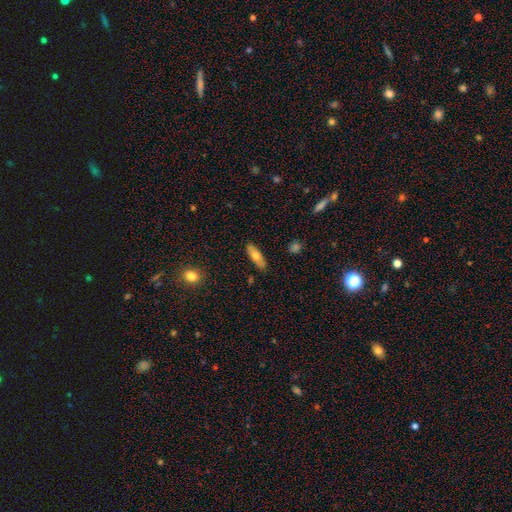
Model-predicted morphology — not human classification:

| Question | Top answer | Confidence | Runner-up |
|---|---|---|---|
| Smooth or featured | smooth | 65% | featured or disk (29%) |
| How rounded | in between | 49% | cigar-shaped (48%) |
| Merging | none | 87% | minor disturbance (10%) |